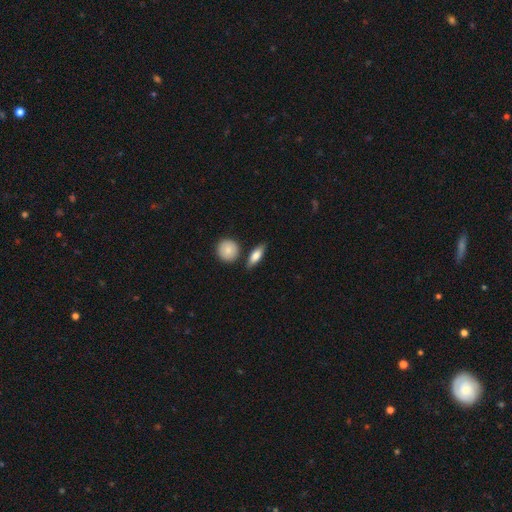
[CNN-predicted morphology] Overall: smooth (70%). How rounded: in between (63%; cigar-shaped 30%). Merging: none (78%).